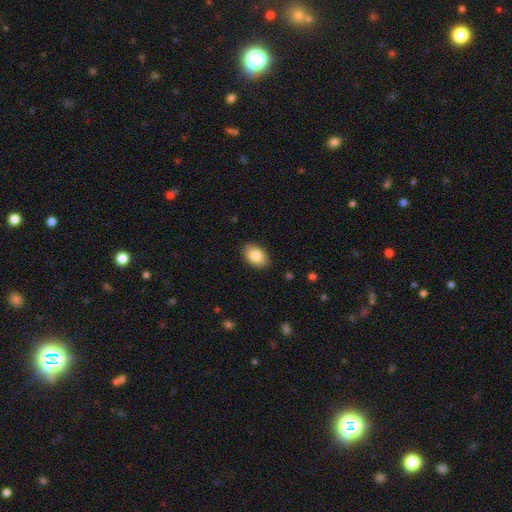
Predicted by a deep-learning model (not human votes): Smooth or featured: smooth — 85% (featured or disk — 8%)
How rounded: in between — 88% (round — 11%)
Merging: none — 88% (minor disturbance — 9%)